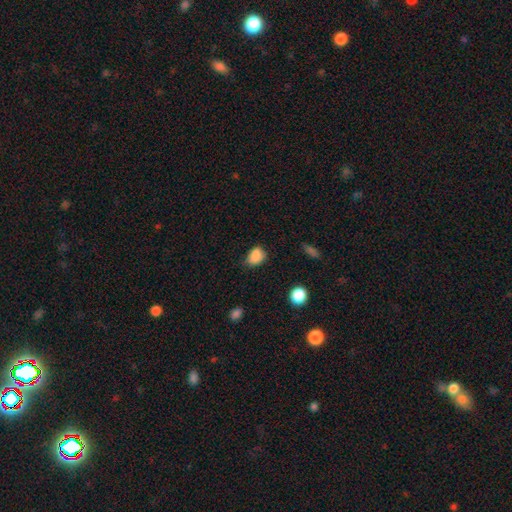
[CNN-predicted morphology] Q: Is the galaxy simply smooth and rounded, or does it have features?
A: smooth — 85%.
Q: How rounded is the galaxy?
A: in between — 63%.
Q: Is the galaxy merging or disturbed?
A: none — 54%.